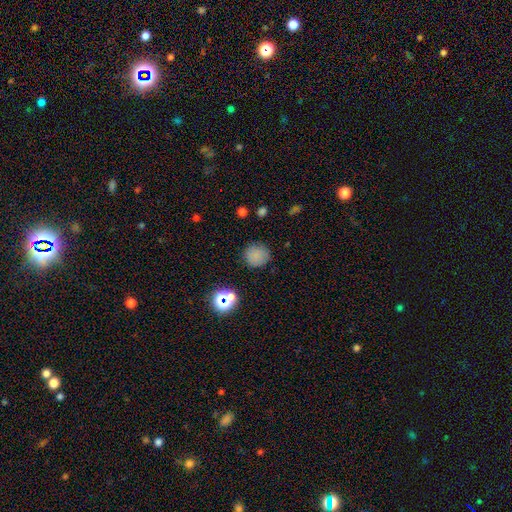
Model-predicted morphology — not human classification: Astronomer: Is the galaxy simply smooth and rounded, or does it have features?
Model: smooth — 77%.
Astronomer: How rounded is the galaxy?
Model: round — 92%.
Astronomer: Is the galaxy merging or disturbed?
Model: none — 83%.